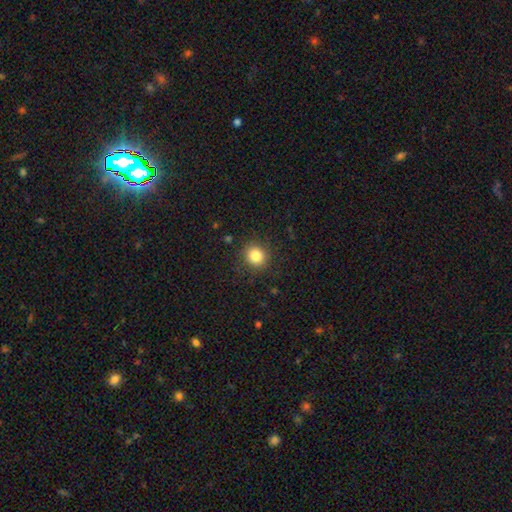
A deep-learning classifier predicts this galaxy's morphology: smooth-or-featured: smooth: 85% | star or artifact: 11% | featured or disk: 5%
  how-rounded: round: 86% | in between: 13% | cigar-shaped: 1%
  merging: none: 89% | minor disturbance: 7% | major disturbance: 3% | merger: 1%